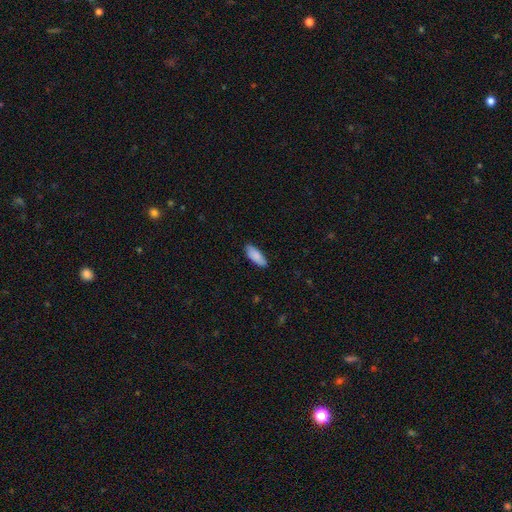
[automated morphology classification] The model was most divided on "how rounded": in between: 73%, cigar-shaped: 25%, round: 2%. More confident: smooth or featured — smooth (89%); merging — none (87%).